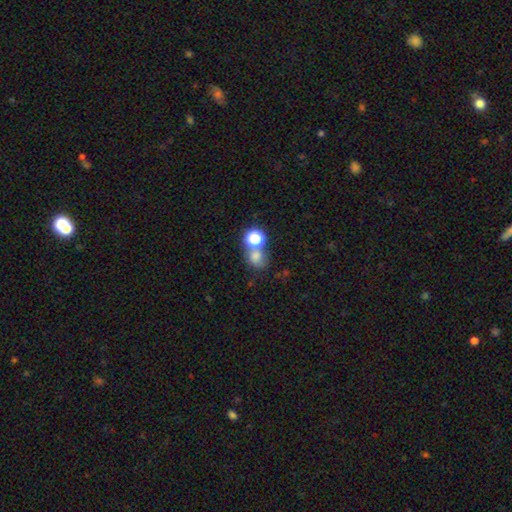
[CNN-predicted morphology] This appears to be a smooth galaxy with no disk features (68%) that is round (69%). Merging: none (46%).